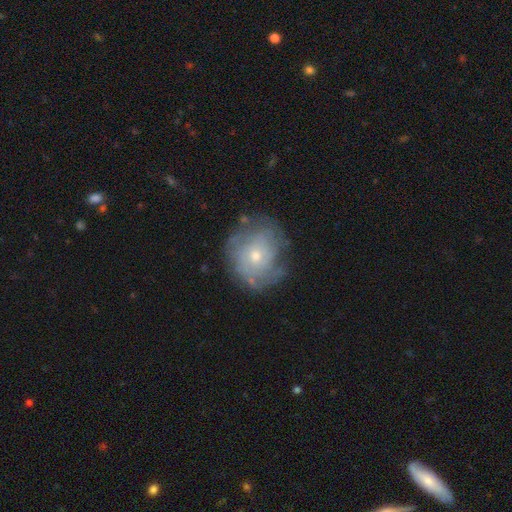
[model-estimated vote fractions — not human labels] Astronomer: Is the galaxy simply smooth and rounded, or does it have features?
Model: featured or disk — 61%.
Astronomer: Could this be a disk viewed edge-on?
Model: no — 97%.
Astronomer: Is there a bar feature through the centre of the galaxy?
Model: no — 85%.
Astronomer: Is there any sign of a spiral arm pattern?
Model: yes — 68%.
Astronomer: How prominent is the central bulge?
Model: small — 55% (runner-up: moderate, 41%).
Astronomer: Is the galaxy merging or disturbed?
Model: none — 65%.